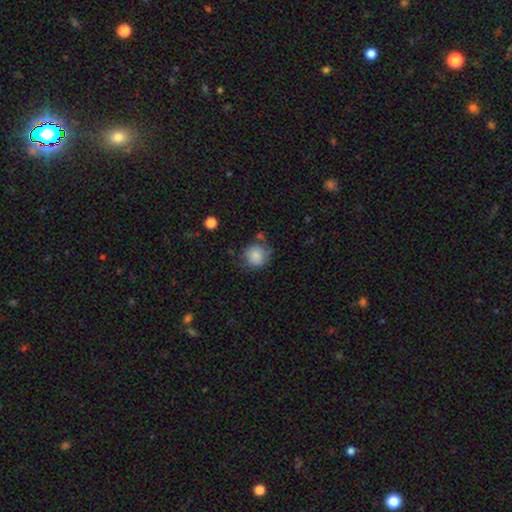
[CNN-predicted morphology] Q: Smooth or featured?
A: smooth (82%); runner-up: featured or disk (10%)
Q: How rounded?
A: round (85%); runner-up: in between (14%)
Q: Merging?
A: none (62%); runner-up: minor disturbance (23%)